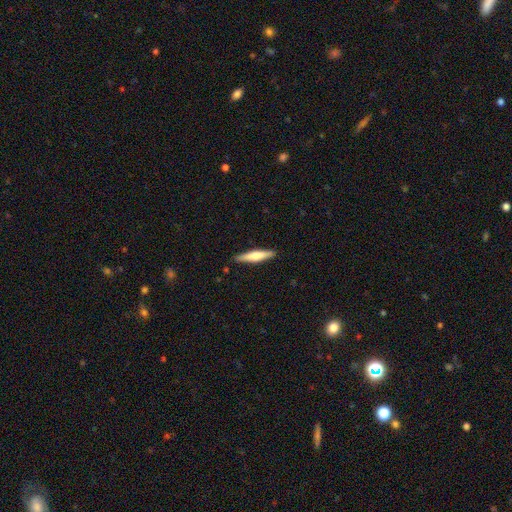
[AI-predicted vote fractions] Smooth or featured? smooth (53%)
How rounded? cigar-shaped (86%)
Merging? none (89%)